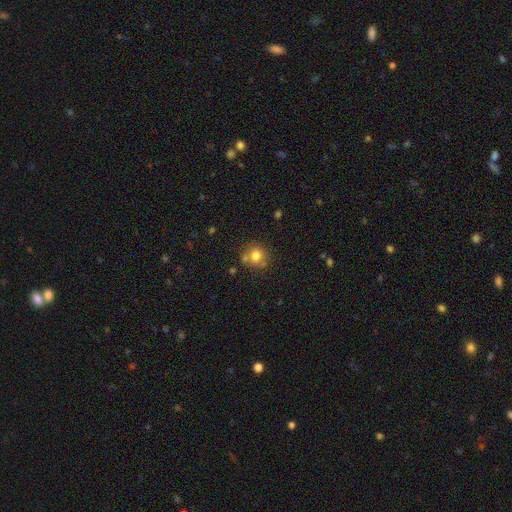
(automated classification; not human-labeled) Morphology: type=smooth (77%); roundness=round (85%); merging=none (67%).